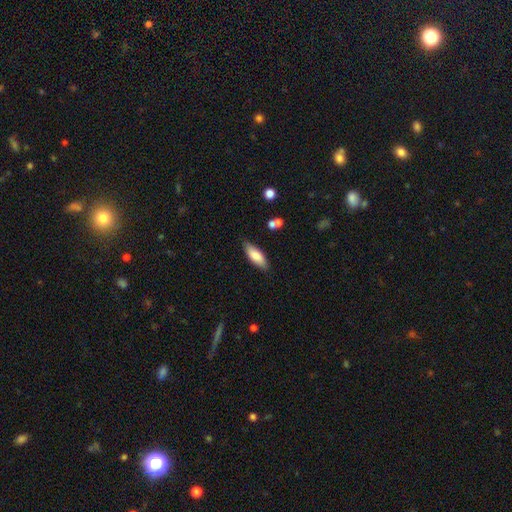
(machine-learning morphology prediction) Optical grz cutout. It shows a smooth galaxy with no disk features (77%) that is in between round and cigar-shaped (65%). Merging: none (81%).